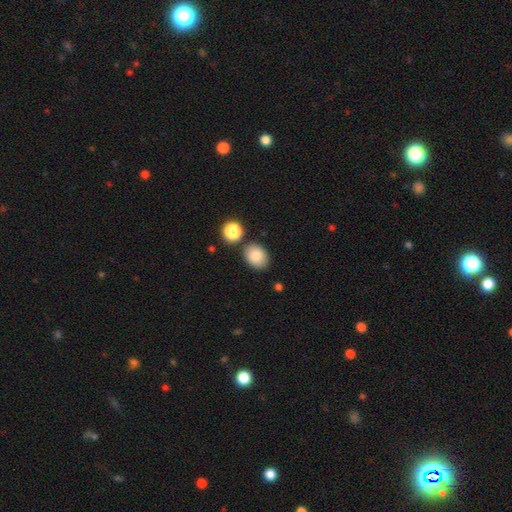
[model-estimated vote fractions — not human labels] The model was most divided on "how rounded": in between: 59%, round: 40%, cigar-shaped: 1%. More confident: smooth or featured — smooth (84%); merging — none (80%).